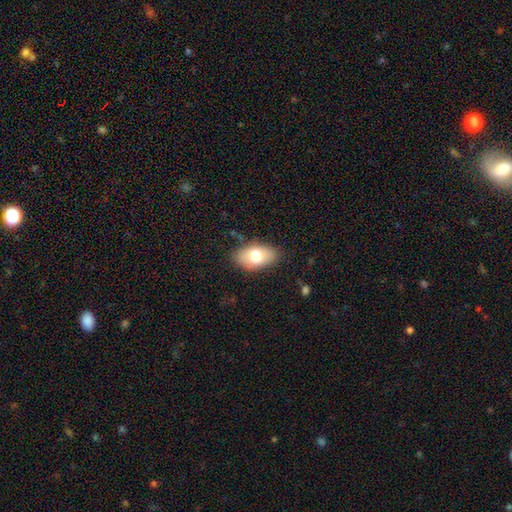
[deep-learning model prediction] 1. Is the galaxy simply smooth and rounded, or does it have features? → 72% smooth, 21% featured or disk, 7% star or artifact.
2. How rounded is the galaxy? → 91% in between, 7% round, 2% cigar-shaped.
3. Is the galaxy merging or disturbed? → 82% none, 13% minor disturbance, 3% major disturbance, 1% merger.